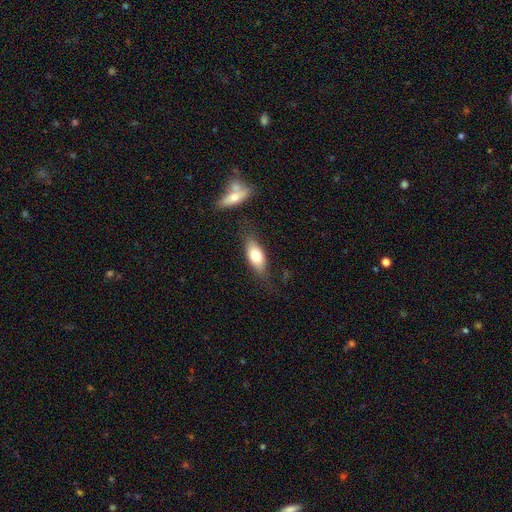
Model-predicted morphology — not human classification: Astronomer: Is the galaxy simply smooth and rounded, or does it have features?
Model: smooth — 73%.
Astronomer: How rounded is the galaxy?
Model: in between — 80%.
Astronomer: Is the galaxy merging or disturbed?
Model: none — 70%.